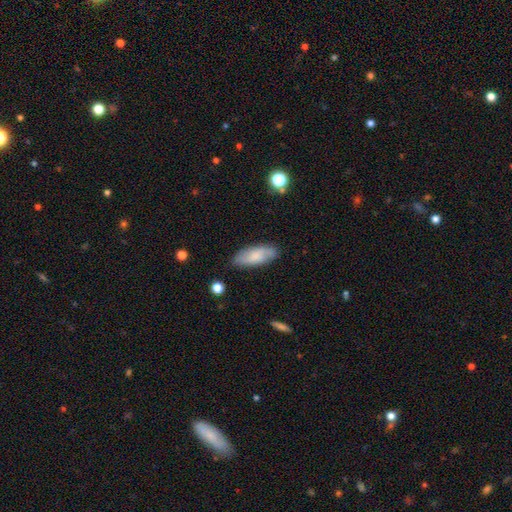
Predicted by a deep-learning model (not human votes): smooth 65%, featured or disk 28%, star or artifact 7%. Down the decision tree: how rounded — in between (72%); merging — none (82%).